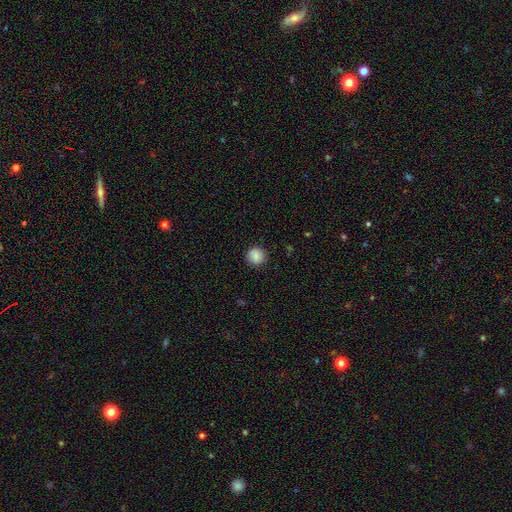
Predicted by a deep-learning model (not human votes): The model was most divided on "smooth or featured": smooth: 84%, star or artifact: 9%, featured or disk: 7%. More confident: how rounded — round (92%); merging — none (87%).